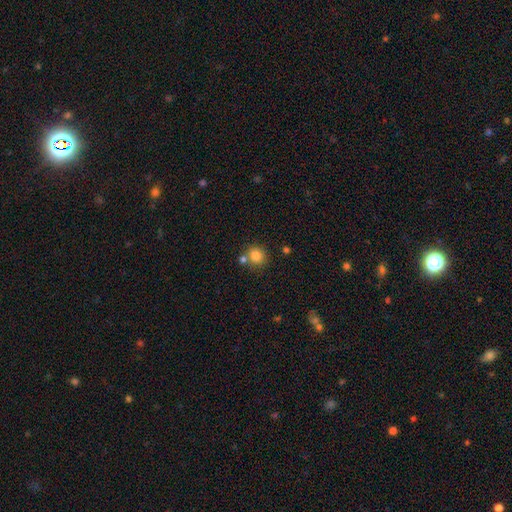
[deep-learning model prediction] A smooth galaxy with no disk features (82%) that is round (87%). Merging: none (70%).